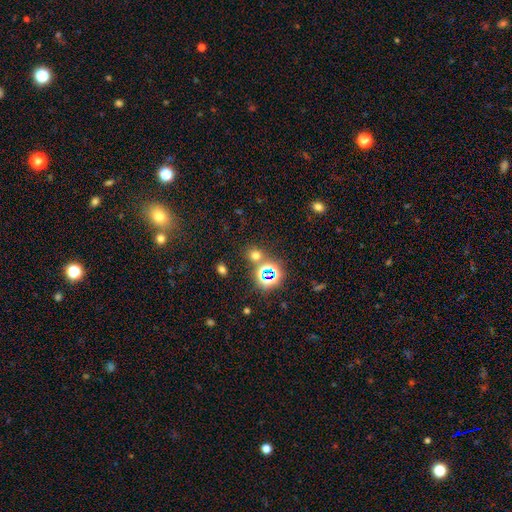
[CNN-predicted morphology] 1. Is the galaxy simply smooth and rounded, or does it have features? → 55% smooth, 38% star or artifact, 7% featured or disk.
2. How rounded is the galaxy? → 81% round, 18% in between, 1% cigar-shaped.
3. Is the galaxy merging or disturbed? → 75% none, 13% merger, 8% minor disturbance, 4% major disturbance.